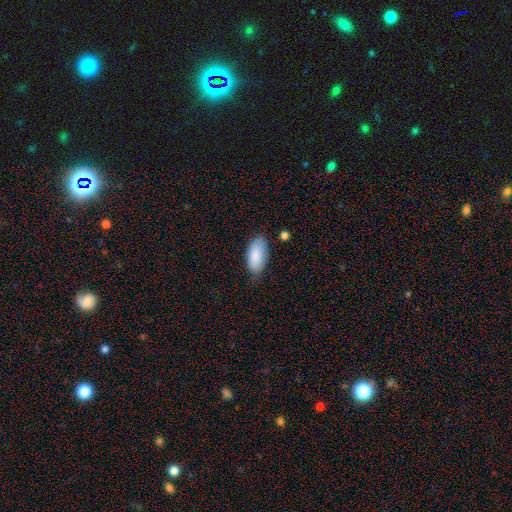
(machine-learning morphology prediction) smooth-or-featured: smooth: 87% | featured or disk: 7% | star or artifact: 6%
  how-rounded: in between: 91% | cigar-shaped: 8% | round: 2%
  merging: none: 74% | minor disturbance: 20% | major disturbance: 4% | merger: 2%